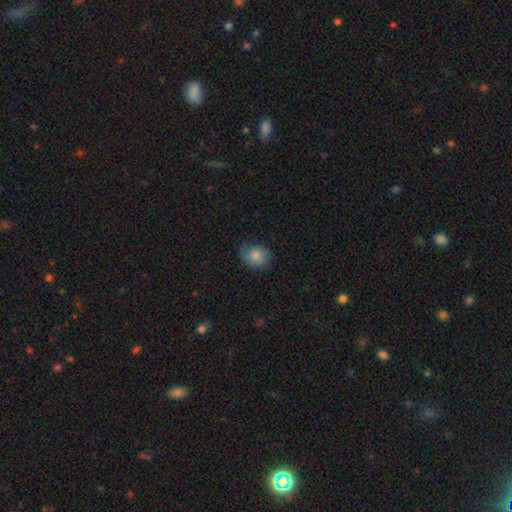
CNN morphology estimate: Q: Smooth or featured?
A: smooth (74%); runner-up: featured or disk (18%)
Q: How rounded?
A: round (70%); runner-up: in between (29%)
Q: Merging?
A: none (59%); runner-up: minor disturbance (29%)